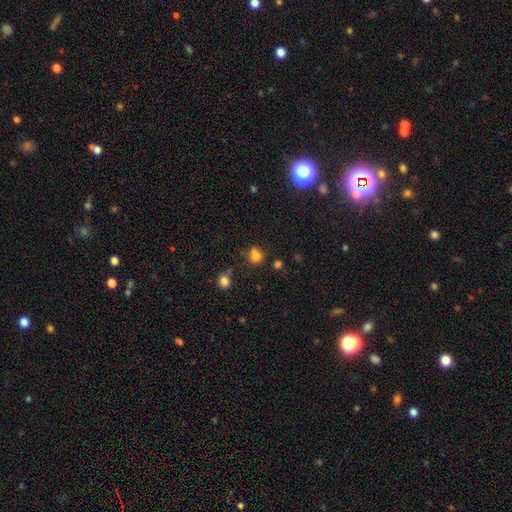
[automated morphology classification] This is likely a smooth galaxy (77%). How rounded: likely round (70%). Merging: likely none (60%).